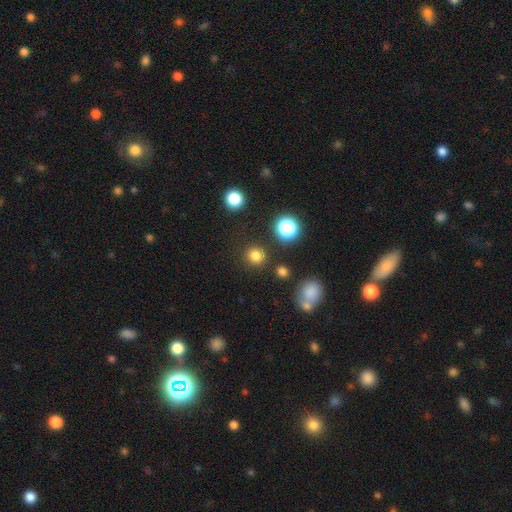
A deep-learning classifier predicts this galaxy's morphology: This appears to be a smooth galaxy with no disk features (79%) that is round (92%). Merging: none (87%).